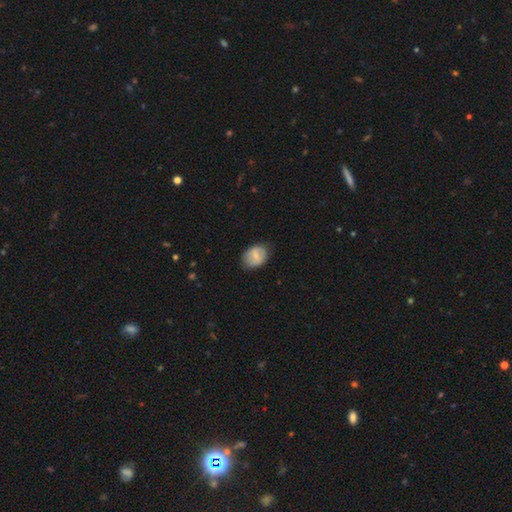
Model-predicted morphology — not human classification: Overall: smooth (63%; featured or disk 30%). How rounded: in between (65%; round 33%). Merging: none (79%).